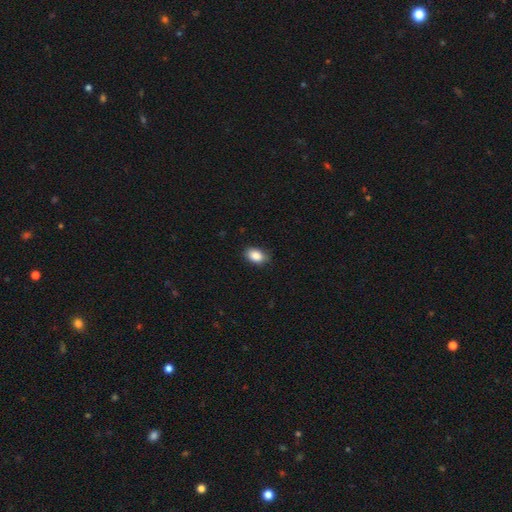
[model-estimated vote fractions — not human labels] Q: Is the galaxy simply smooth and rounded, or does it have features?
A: smooth — 87%.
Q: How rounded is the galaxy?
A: in between — 84%.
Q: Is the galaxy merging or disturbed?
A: none — 83%.